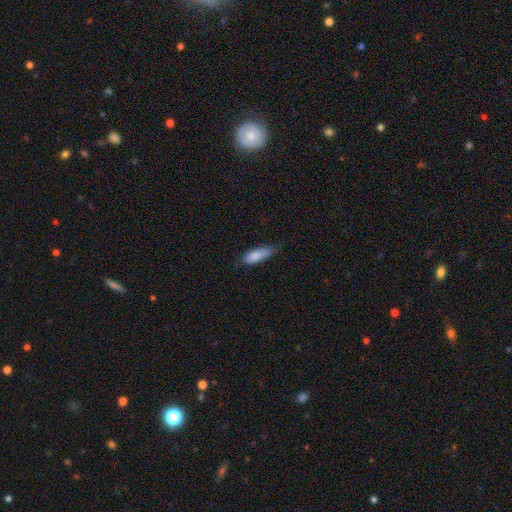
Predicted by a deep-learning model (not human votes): Smooth or featured?
  - smooth: 84% *
  - featured or disk: 10%
  - star or artifact: 6%
How rounded?
  - in between: 62% *
  - cigar-shaped: 36%
  - round: 2%
Merging?
  - none: 59% *
  - minor disturbance: 33%
  - major disturbance: 7%
  - merger: 2%